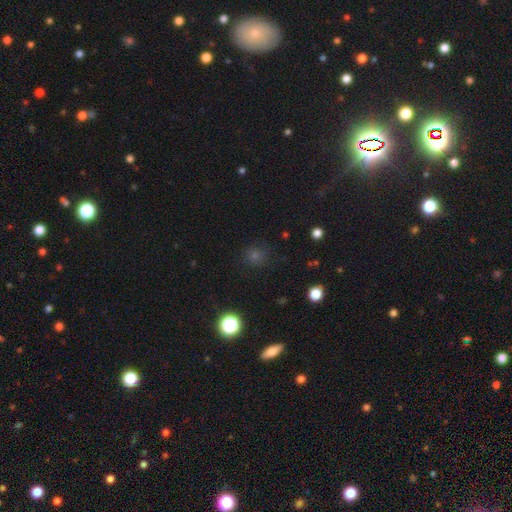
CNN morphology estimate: This appears to be a smooth galaxy with no disk features (56%) that is round (87%). Merging: none (84%).